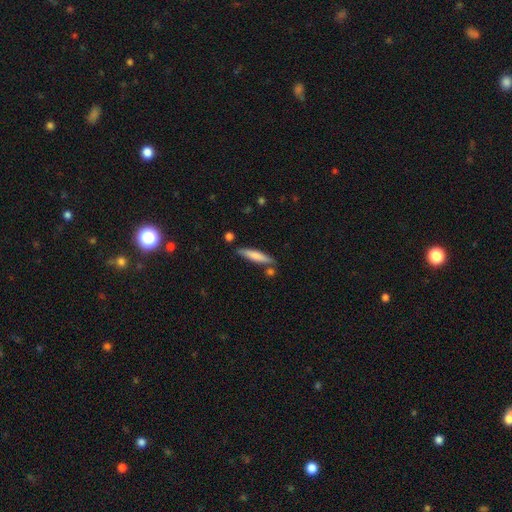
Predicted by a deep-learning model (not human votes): Overall: smooth (71%). How rounded: cigar-shaped (88%). Merging: none (80%).